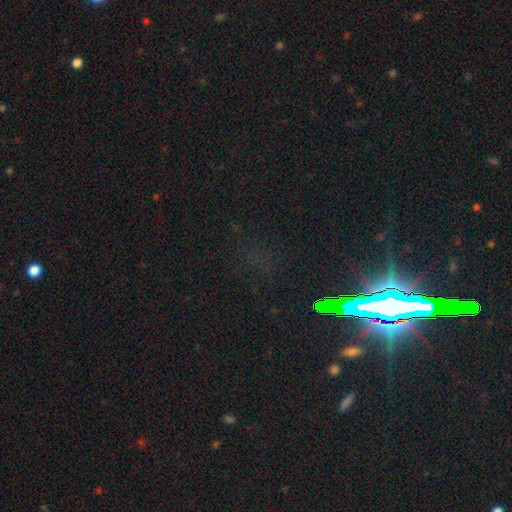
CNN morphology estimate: star or artifact 77%, featured or disk 13%, smooth 10%.